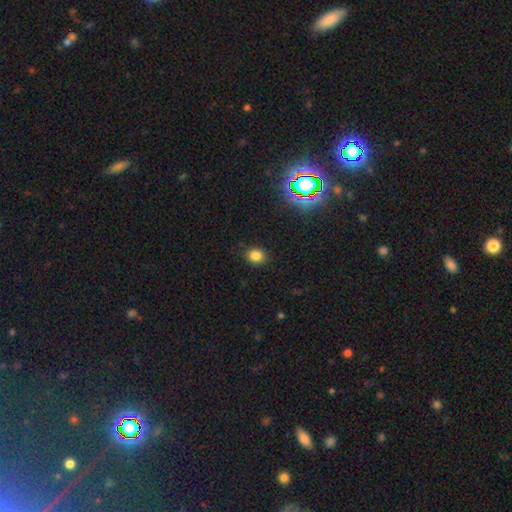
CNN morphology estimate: A smooth galaxy with no disk features (83%) that is round (59%). Merging: none (86%).